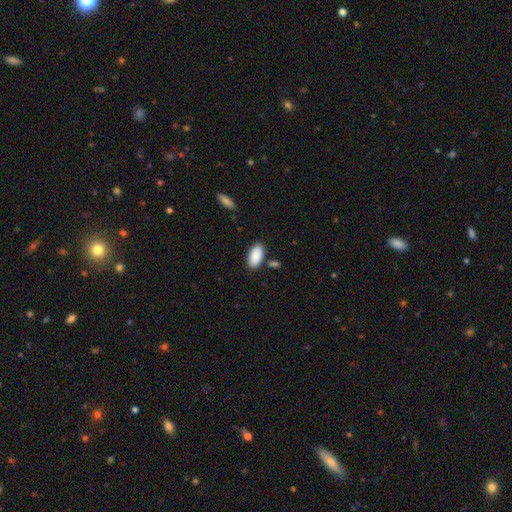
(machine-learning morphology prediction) A smooth galaxy with no disk features (90%) that is in between round and cigar-shaped (93%).

Vote fractions:
- Smooth or featured? smooth: 90% / star or artifact: 6% / featured or disk: 4%
- How rounded? in between: 93% / cigar-shaped: 5% / round: 2%
- Merging? none: 82% / minor disturbance: 11% / merger: 5% / major disturbance: 2%